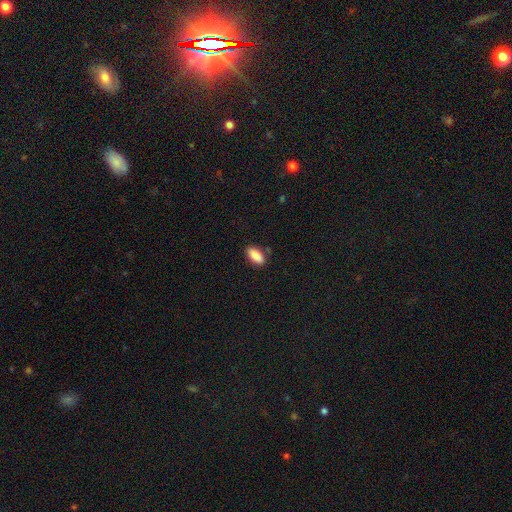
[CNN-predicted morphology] This appears to be a smooth galaxy with no disk features (89%) that is in between round and cigar-shaped (87%). Merging: none (83%).